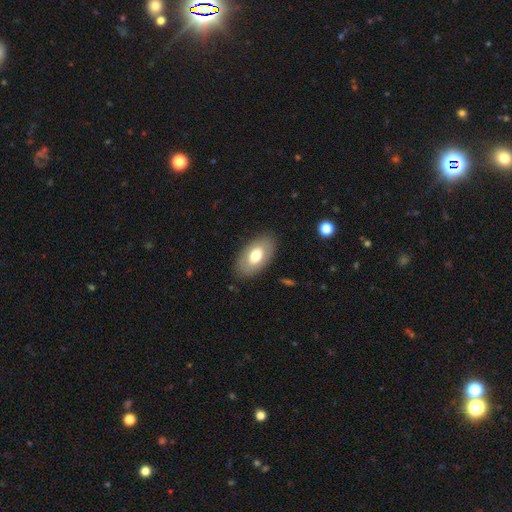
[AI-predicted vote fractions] Smooth or featured?
  - smooth: 67% *
  - featured or disk: 26%
  - star or artifact: 6%
How rounded?
  - in between: 93% *
  - round: 5%
  - cigar-shaped: 2%
Merging?
  - none: 85% *
  - minor disturbance: 11%
  - major disturbance: 3%
  - merger: 1%